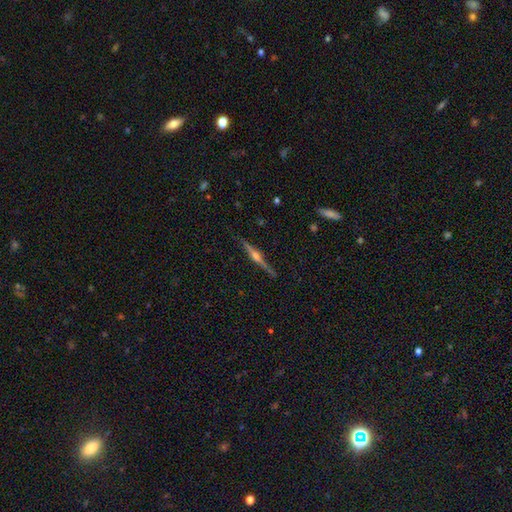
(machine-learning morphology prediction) This is clearly a featured or disk galaxy (85%). It is clearly viewed edge-on (98%). Edge-on bulge: clearly rounded (92%). Merging: clearly none (90%).